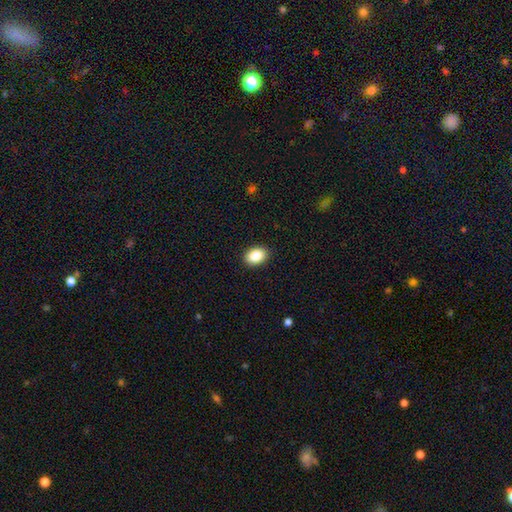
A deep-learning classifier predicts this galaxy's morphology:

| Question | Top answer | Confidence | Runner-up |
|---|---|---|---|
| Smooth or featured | smooth | 86% | star or artifact (8%) |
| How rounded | in between | 76% | round (23%) |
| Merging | none | 91% | minor disturbance (7%) |